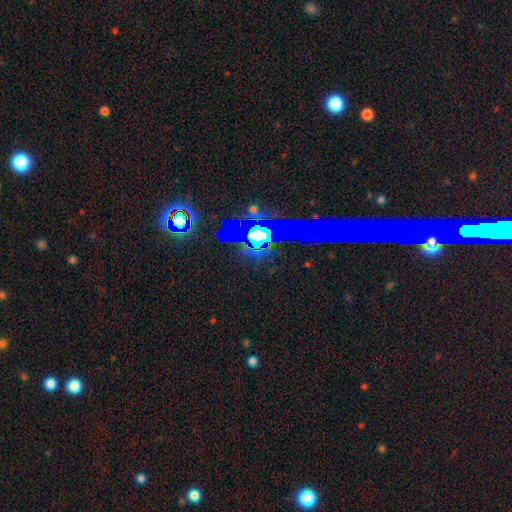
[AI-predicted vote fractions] Smooth or featured? star or artifact (65%)